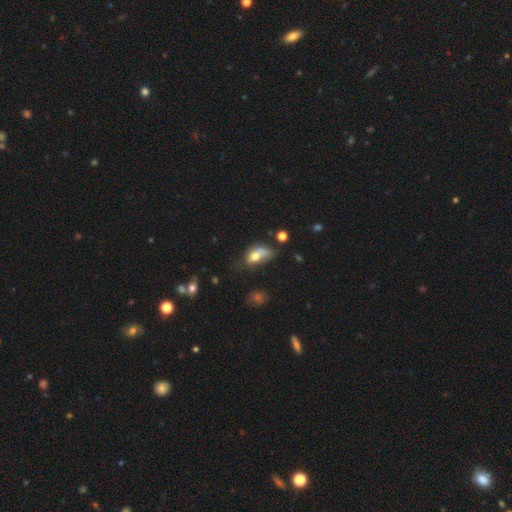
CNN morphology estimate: Q: Smooth or featured?
A: smooth (69%); runner-up: featured or disk (21%)
Q: How rounded?
A: in between (79%); runner-up: round (17%)
Q: Merging?
A: merger (28%); runner-up: major disturbance (25%)